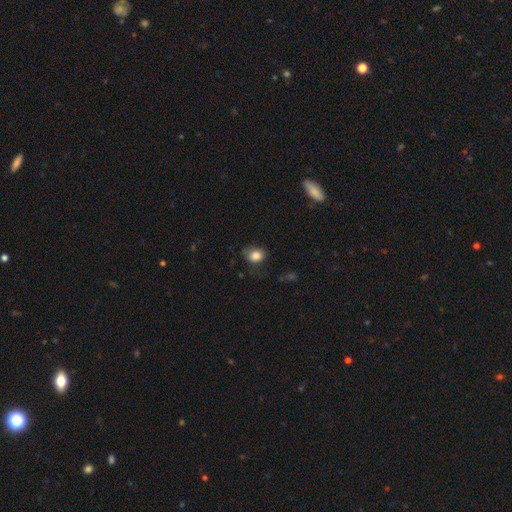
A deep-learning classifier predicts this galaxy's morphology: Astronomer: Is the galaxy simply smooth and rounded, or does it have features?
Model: smooth — 84%.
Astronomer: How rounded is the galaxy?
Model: in between — 58% (runner-up: round, 41%).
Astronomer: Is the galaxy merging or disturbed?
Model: none — 66%.